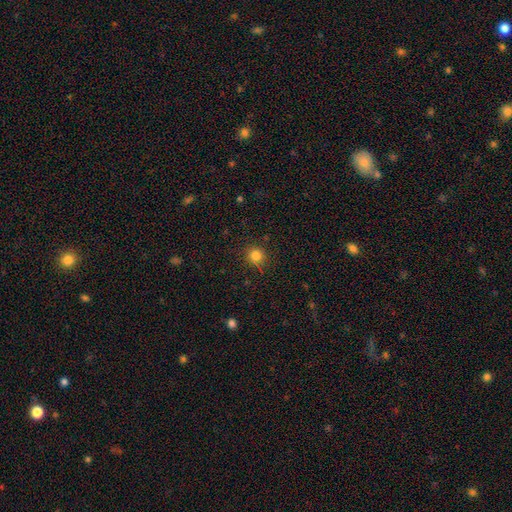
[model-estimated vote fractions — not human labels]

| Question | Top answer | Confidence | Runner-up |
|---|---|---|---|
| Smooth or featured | smooth | 83% | star or artifact (13%) |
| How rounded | round | 92% | in between (8%) |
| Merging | none | 87% | minor disturbance (9%) |